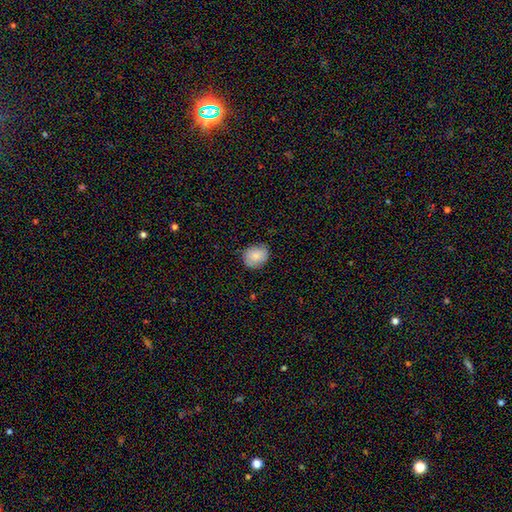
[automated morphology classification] A smooth galaxy with no disk features (84%) that is round (61%). Merging: none (78%).